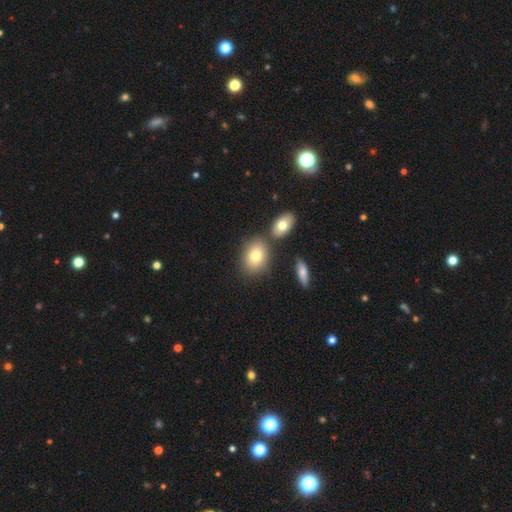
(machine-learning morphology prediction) Smooth or featured? smooth (77%)
How rounded? in between (68%)
Merging? none (69%)